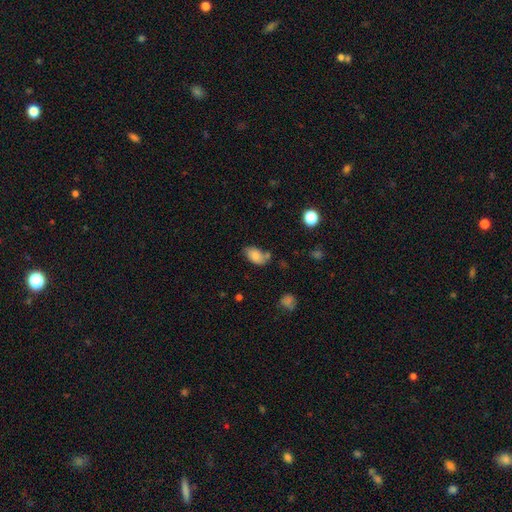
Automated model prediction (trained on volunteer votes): Smooth or featured?
  - smooth: 78% *
  - featured or disk: 13%
  - star or artifact: 9%
How rounded?
  - in between: 92% *
  - round: 7%
  - cigar-shaped: 2%
Merging?
  - none: 57% *
  - minor disturbance: 24%
  - merger: 13%
  - major disturbance: 7%